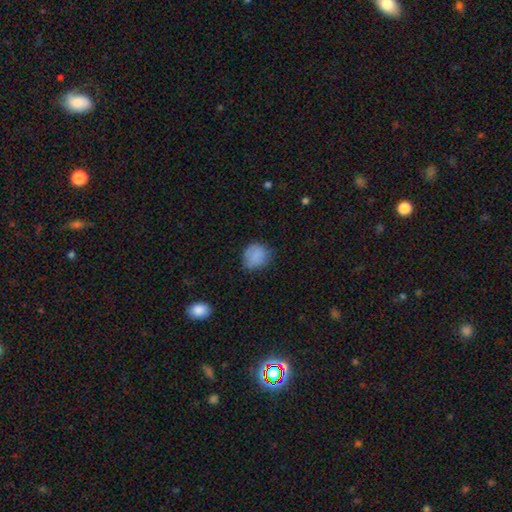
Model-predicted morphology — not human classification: Overall: smooth (82%). How rounded: round (77%). Merging: none (70%).